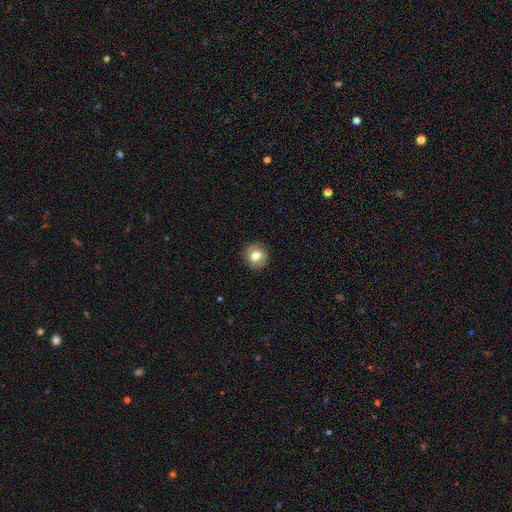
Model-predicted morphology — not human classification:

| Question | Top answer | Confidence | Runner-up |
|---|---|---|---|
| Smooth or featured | smooth | 77% | featured or disk (14%) |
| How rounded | round | 86% | in between (13%) |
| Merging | none | 90% | minor disturbance (7%) |